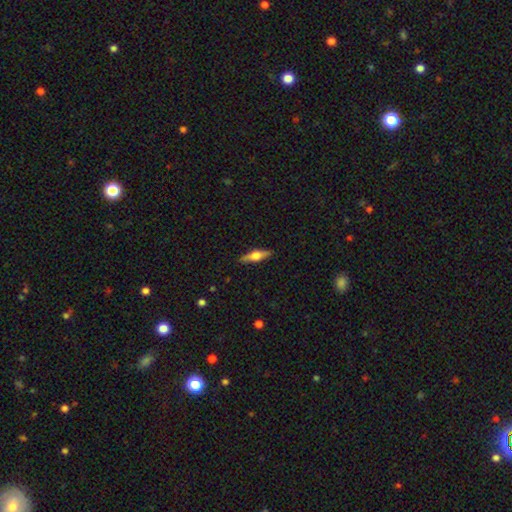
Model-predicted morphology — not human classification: A featured or disk galaxy (54%) viewed edge-on (94%) with a rounded central bulge (93%).

Vote fractions:
- Smooth or featured? featured or disk: 54% / smooth: 40% / star or artifact: 6%
- Edge-on disk? yes: 94% / no: 6%
- Edge-on bulge? rounded: 93% / boxy: 5% / none: 2%
- Merging? none: 89% / minor disturbance: 8% / major disturbance: 2% / merger: 1%